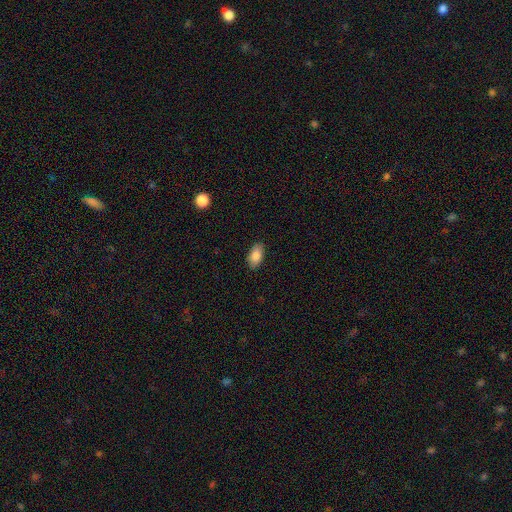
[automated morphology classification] smooth_or_featured: smooth (p=0.86) [alt: star or artifact p=0.07]
how_rounded: in between (p=0.93) [alt: round p=0.04]
merging: none (p=0.87) [alt: minor disturbance p=0.10]